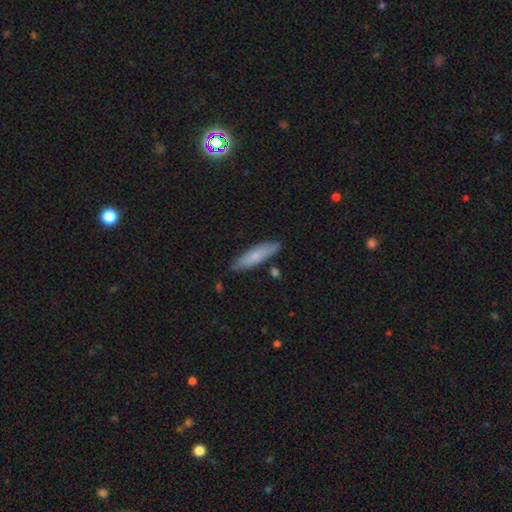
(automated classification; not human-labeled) Overall: smooth (75%). How rounded: cigar-shaped (76%). Merging: none (83%).